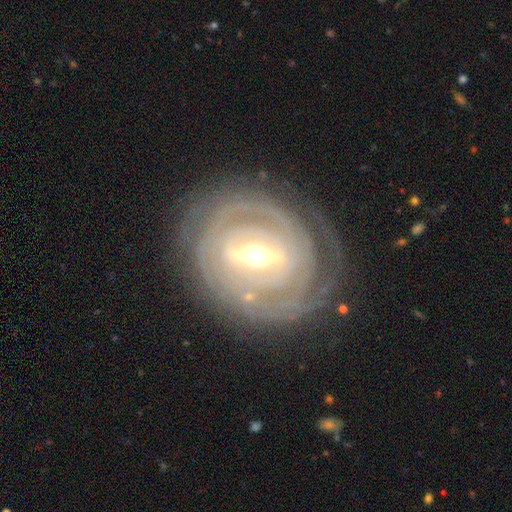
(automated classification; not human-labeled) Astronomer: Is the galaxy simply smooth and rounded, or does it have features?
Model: featured or disk — 88%.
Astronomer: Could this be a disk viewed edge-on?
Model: no — 93%.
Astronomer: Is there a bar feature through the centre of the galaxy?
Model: strong — 65%.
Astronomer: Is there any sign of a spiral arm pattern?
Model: yes — 86%.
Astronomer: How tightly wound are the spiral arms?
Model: tight — 80%.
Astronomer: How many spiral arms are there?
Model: can't tell — 38% (runner-up: 2, 26%).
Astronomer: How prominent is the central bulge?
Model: moderate — 64%.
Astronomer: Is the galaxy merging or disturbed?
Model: none — 74%.